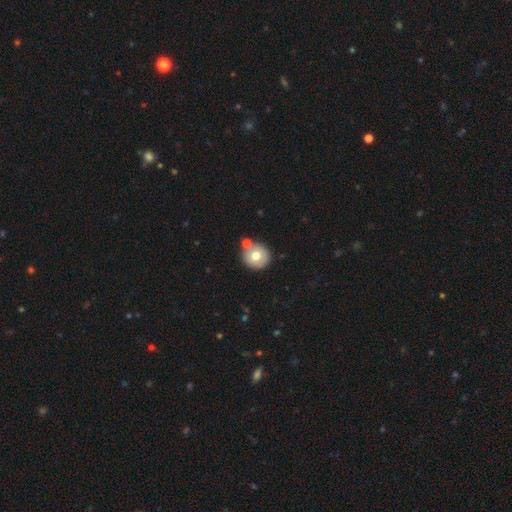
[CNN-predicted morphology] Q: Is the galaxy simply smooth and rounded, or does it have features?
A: smooth — 71%.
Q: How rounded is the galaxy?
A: round — 90%.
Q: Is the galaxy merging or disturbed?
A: none — 71%.